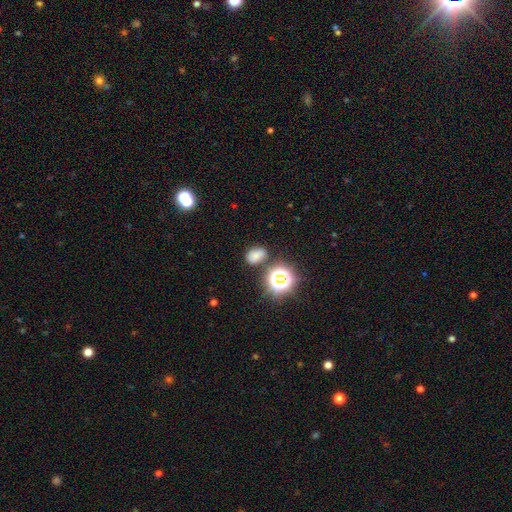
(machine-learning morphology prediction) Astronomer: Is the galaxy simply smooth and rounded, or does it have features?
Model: smooth — 62%.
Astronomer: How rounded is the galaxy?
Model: in between — 71%.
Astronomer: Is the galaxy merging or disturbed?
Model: none — 74%.